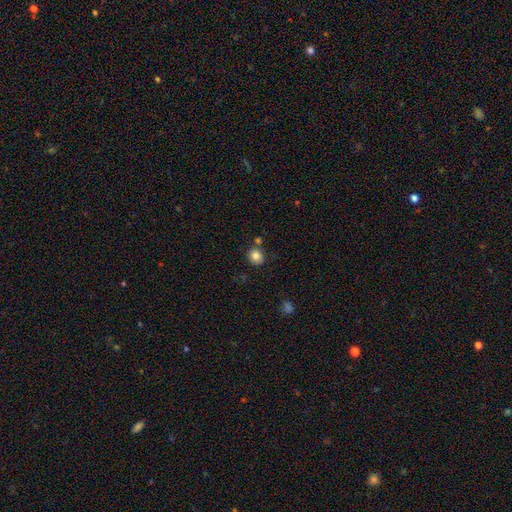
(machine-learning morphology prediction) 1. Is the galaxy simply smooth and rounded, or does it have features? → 84% smooth, 10% star or artifact, 5% featured or disk.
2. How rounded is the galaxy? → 82% round, 18% in between, 1% cigar-shaped.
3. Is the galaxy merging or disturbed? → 77% none, 10% minor disturbance, 10% merger, 3% major disturbance.